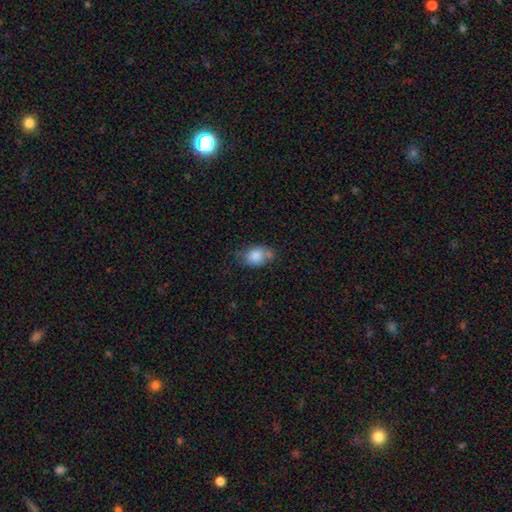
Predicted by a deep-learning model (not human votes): smooth 82%, featured or disk 10%, star or artifact 8%. Down the decision tree: how rounded — in between (66%); merging — none (51%).